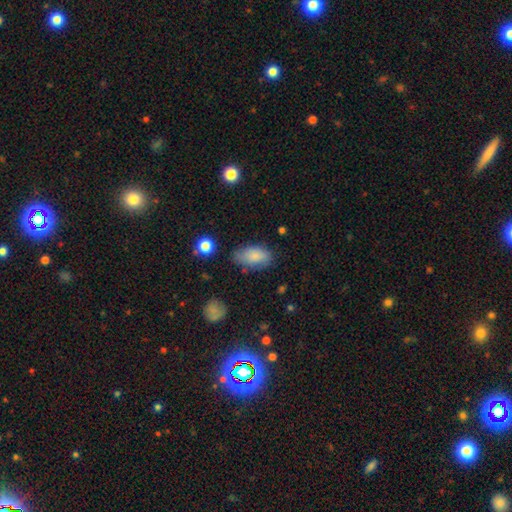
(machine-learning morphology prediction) Smooth or featured? Predicted: smooth (p=0.83). How rounded? Predicted: in between (p=0.92). Merging? Predicted: none (p=0.66).